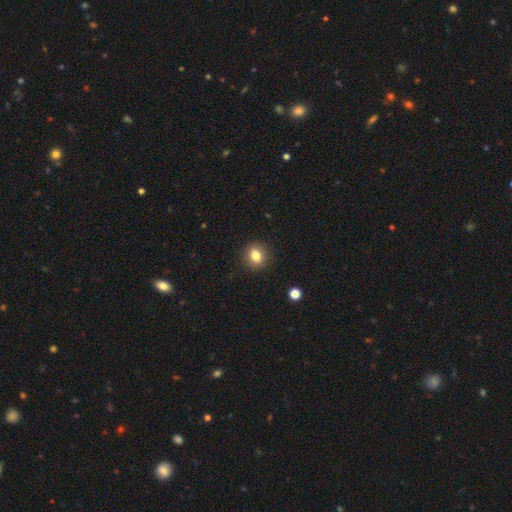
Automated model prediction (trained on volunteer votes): Q: Smooth or featured?
A: smooth (82%); runner-up: star or artifact (10%)
Q: How rounded?
A: round (64%); runner-up: in between (35%)
Q: Merging?
A: none (90%); runner-up: minor disturbance (7%)